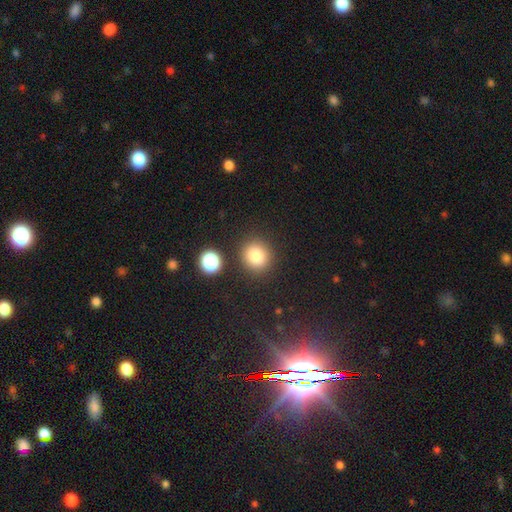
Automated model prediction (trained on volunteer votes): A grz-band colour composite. It shows a smooth galaxy with no disk features (83%) that is round (86%). Merging: none (86%).